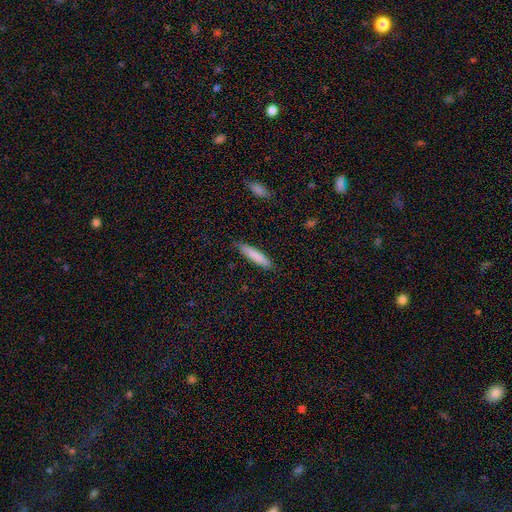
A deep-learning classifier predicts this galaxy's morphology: Overall: smooth (83%). How rounded: cigar-shaped (85%). Merging: none (85%).